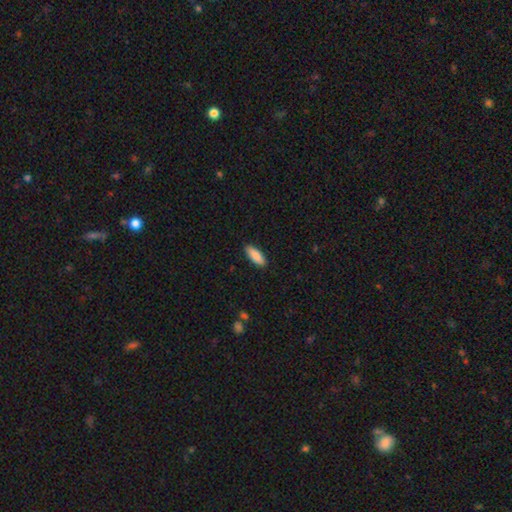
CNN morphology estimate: smooth-or-featured: smooth: 87% | featured or disk: 7% | star or artifact: 6%
  how-rounded: in between: 66% | cigar-shaped: 32% | round: 2%
  merging: none: 89% | minor disturbance: 8% | major disturbance: 2% | merger: 1%